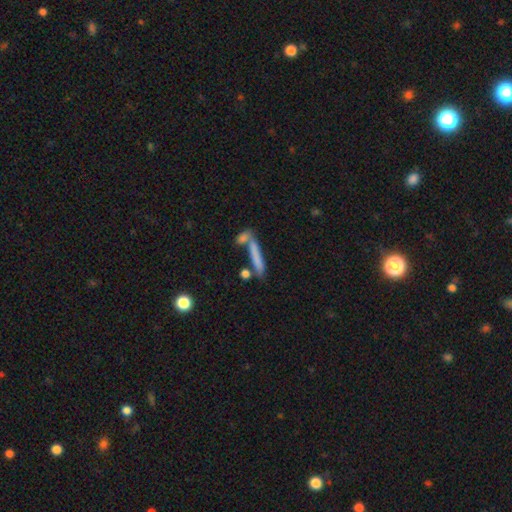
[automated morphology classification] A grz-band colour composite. It shows a smooth galaxy with no disk features (69%) that is cigar-shaped (87%). Merging: none (56%).